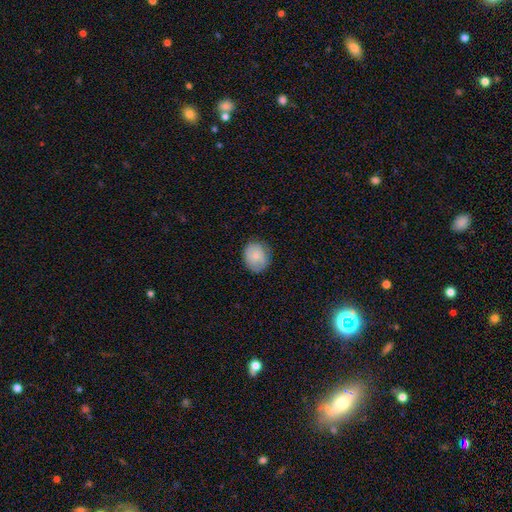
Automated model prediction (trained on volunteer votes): smooth_or_featured: smooth (p=0.79) [alt: featured or disk p=0.14]
how_rounded: round (p=0.72) [alt: in between p=0.27]
merging: none (p=0.80) [alt: minor disturbance p=0.16]